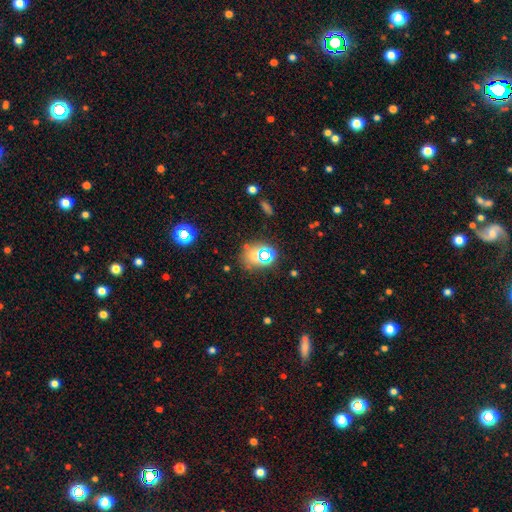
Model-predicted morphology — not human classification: A smooth galaxy with no disk features (47%). Merging: none (73%).